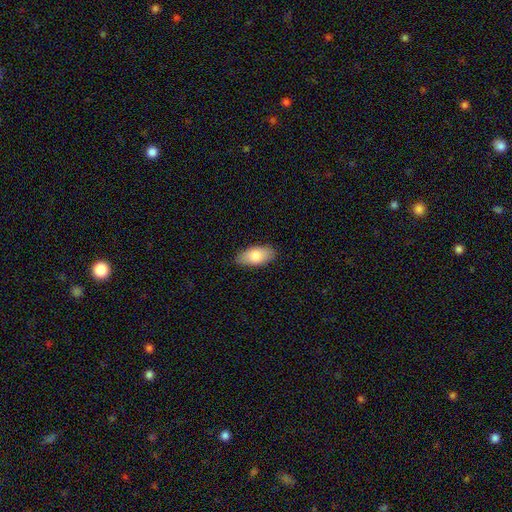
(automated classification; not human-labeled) Smooth or featured? Predicted: smooth (p=0.81). How rounded? Predicted: in between (p=0.92). Merging? Predicted: none (p=0.83).